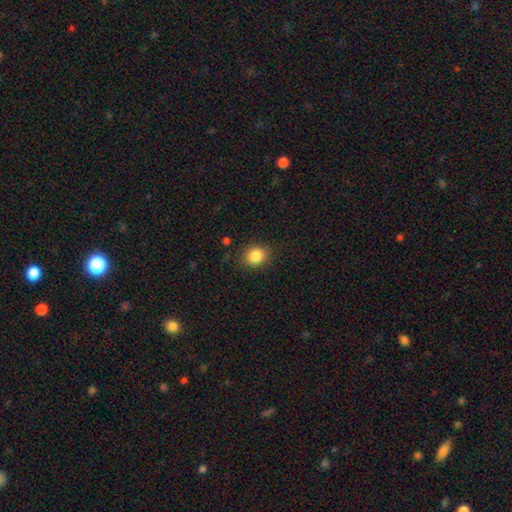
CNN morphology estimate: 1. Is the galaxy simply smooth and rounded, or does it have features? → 85% smooth, 10% star or artifact, 5% featured or disk.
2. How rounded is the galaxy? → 73% round, 26% in between, 1% cigar-shaped.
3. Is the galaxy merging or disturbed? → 85% none, 10% minor disturbance, 3% major disturbance, 1% merger.